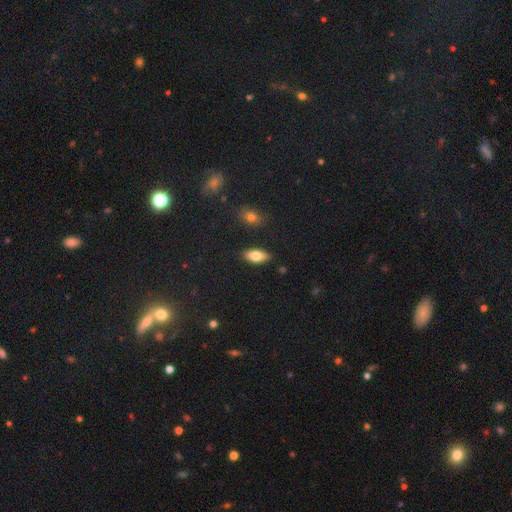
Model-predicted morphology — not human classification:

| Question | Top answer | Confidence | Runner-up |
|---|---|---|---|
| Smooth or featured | smooth | 74% | featured or disk (18%) |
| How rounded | in between | 84% | cigar-shaped (12%) |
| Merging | none | 87% | minor disturbance (9%) |